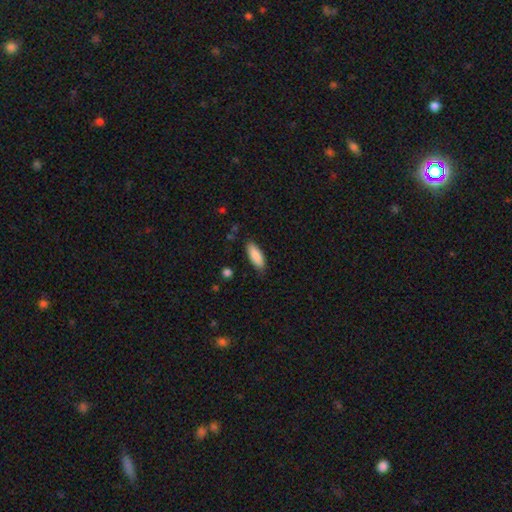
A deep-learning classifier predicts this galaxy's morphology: The model was most divided on "how rounded": in between: 71%, cigar-shaped: 28%, round: 2%. More confident: smooth or featured — smooth (88%); merging — none (83%).